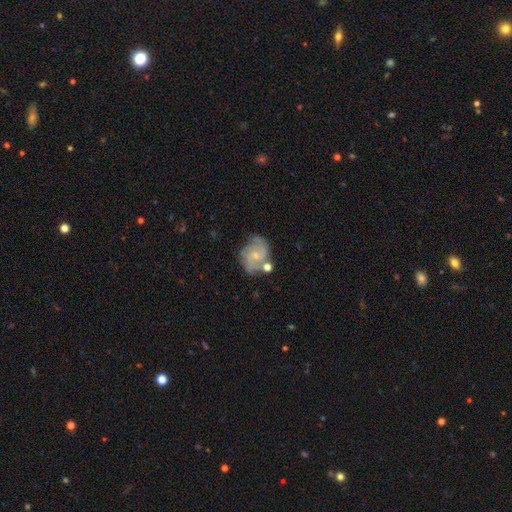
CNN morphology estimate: This is likely a featured or disk galaxy (75%). It is clearly not viewed edge-on (98%). Bar: likely no (63%). Spiral arm pattern: clearly yes (92%). Spiral arm count: likely 2 (60%). Spiral winding: possibly medium (47%). Central bulge: likely small (71%). Merging: possibly none (57%).